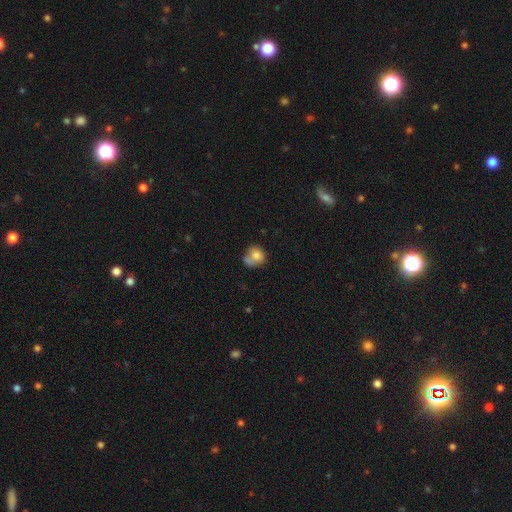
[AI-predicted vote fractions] Smooth or featured: smooth — 77% (featured or disk — 14%)
How rounded: round — 70% (in between — 29%)
Merging: none — 39% (merger — 30%)